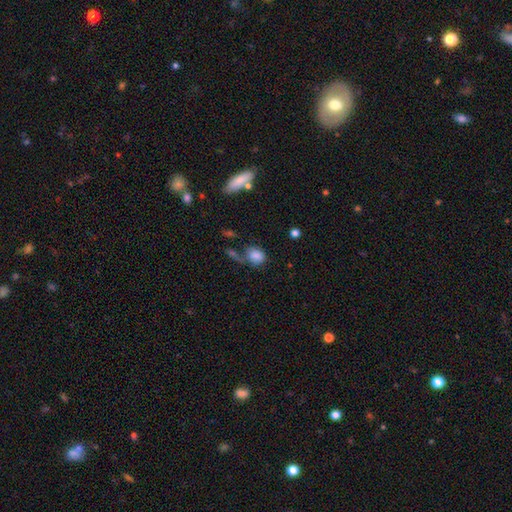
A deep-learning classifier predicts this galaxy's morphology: Overall: smooth (81%). How rounded: in between (56%; round 42%). Merging: none (48%; minor disturbance 21%).